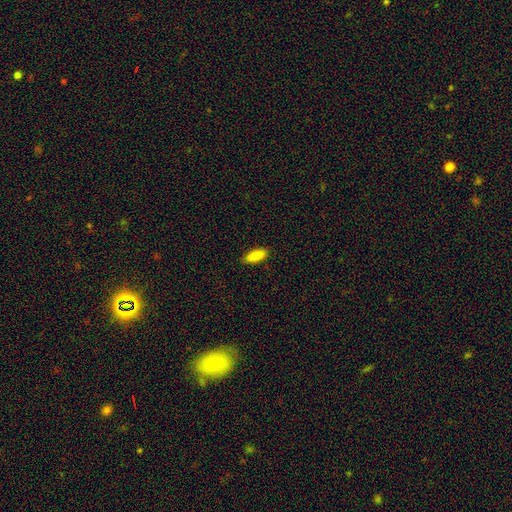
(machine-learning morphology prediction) Smooth or featured? Predicted: smooth (p=0.85). How rounded? Predicted: in between (p=0.74). Merging? Predicted: none (p=0.88).